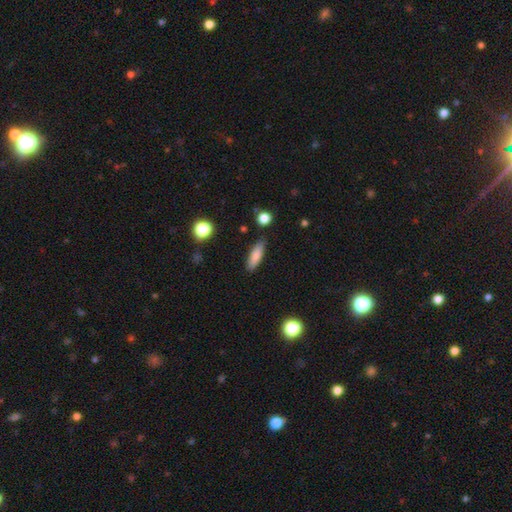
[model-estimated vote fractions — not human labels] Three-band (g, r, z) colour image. It shows a smooth galaxy with no disk features (80%) that is cigar-shaped (55%). Merging: none (84%).